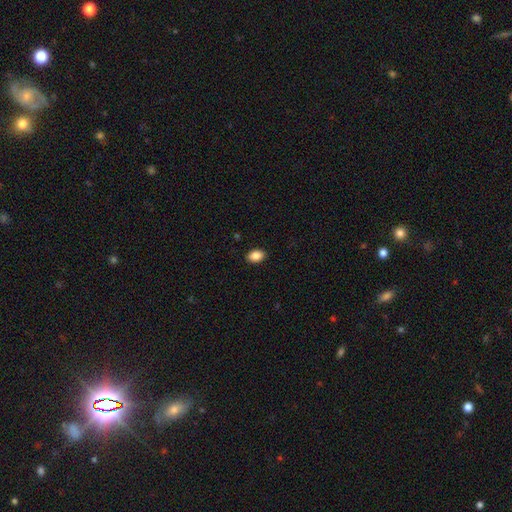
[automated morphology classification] This is clearly a smooth galaxy (87%). How rounded: clearly in between (84%). Merging: clearly none (89%).